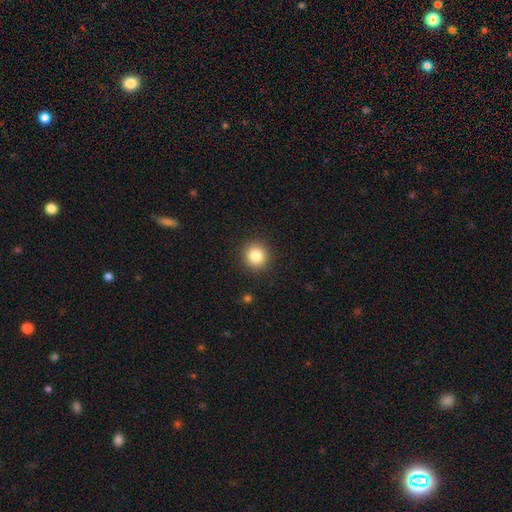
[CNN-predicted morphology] smooth_or_featured: smooth (p=0.84) [alt: star or artifact p=0.10]
how_rounded: round (p=0.93) [alt: in between p=0.06]
merging: none (p=0.91) [alt: minor disturbance p=0.06]